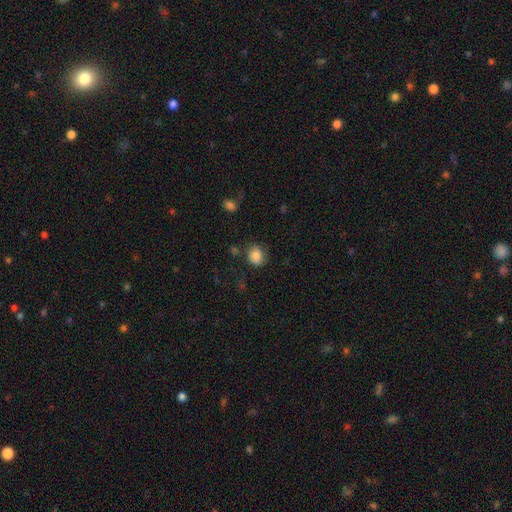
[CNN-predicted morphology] The model was most divided on "how rounded": round: 61%, in between: 38%, cigar-shaped: 1%. More confident: smooth or featured — smooth (84%); merging — none (71%).